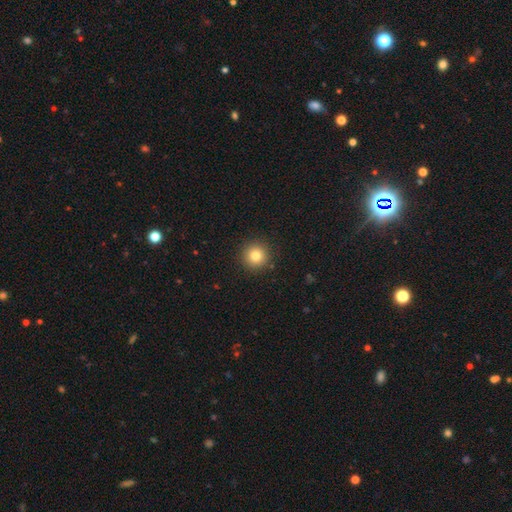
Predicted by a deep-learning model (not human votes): Smooth or featured? Predicted: smooth (p=0.81). How rounded? Predicted: round (p=0.96). Merging? Predicted: none (p=0.91).